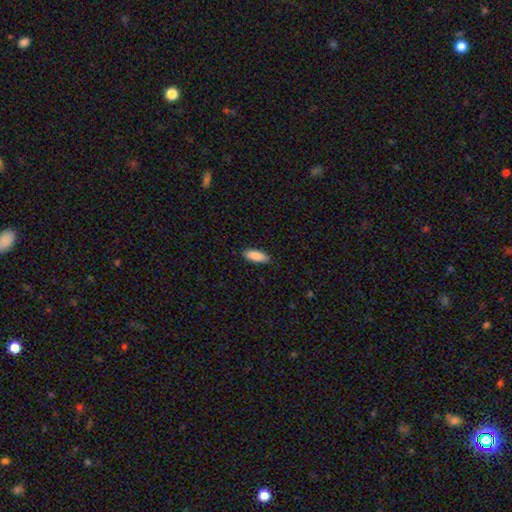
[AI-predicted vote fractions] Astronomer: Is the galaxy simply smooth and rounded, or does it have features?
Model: smooth — 89%.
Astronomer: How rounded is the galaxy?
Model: in between — 77%.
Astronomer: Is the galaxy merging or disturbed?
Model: none — 87%.